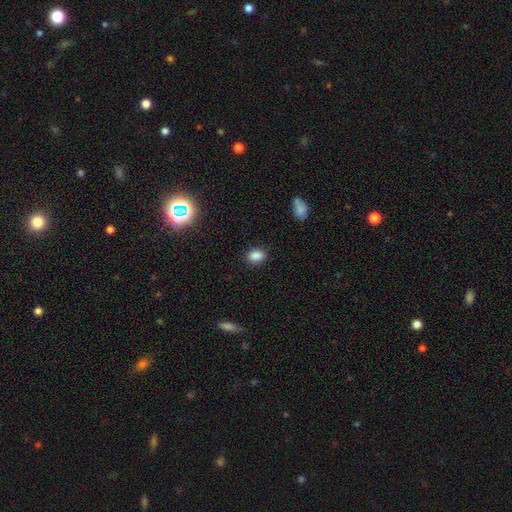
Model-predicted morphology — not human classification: The model was most divided on "how rounded": in between: 70%, round: 29%, cigar-shaped: 1%. More confident: merging — none (87%); smooth or featured — smooth (85%).